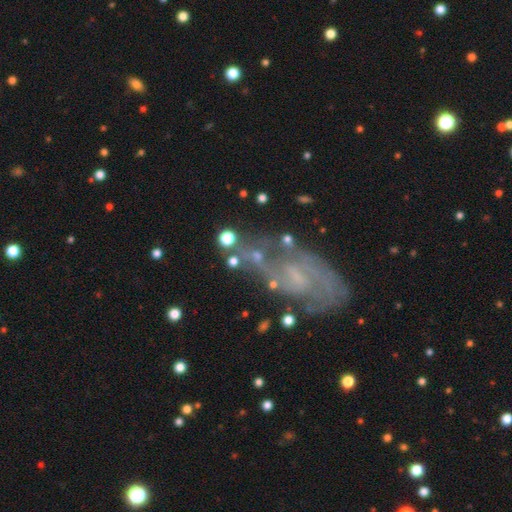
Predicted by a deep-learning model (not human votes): Smooth or featured: featured or disk — 66% (smooth — 19%)
Edge-on disk: no — 94% (yes — 6%)
Bar: weak — 43% (no — 39%)
Spiral arms: yes — 77% (no — 23%)
Bulge size: small — 38% (none — 34%)
Merging: none — 58% (minor disturbance — 19%)